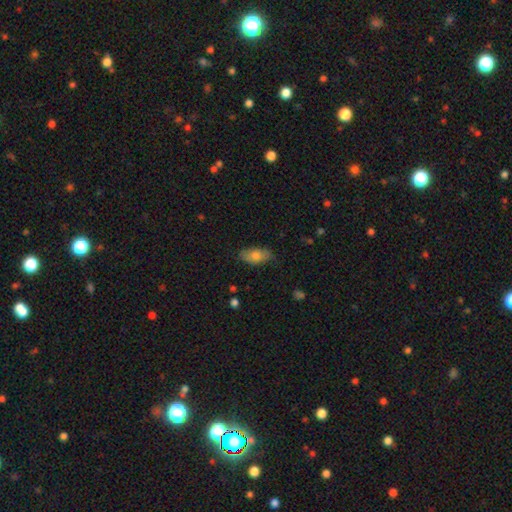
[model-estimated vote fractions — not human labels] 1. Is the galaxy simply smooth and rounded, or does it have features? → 74% smooth, 20% featured or disk, 7% star or artifact.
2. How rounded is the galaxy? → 91% in between, 5% cigar-shaped, 4% round.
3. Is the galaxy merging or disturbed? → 74% none, 21% minor disturbance, 4% major disturbance, 1% merger.